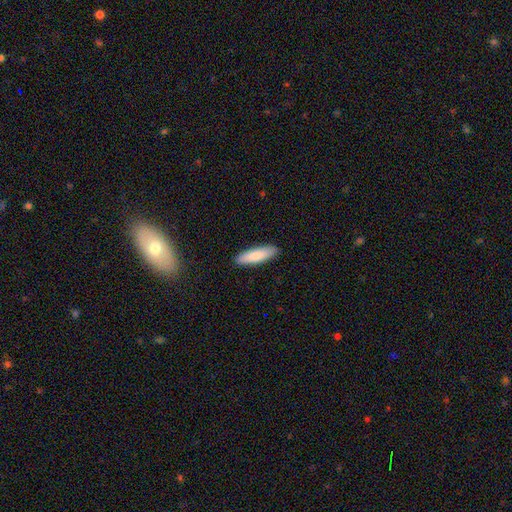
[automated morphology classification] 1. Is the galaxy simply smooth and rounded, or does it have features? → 84% smooth, 11% featured or disk, 5% star or artifact.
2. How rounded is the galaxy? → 62% cigar-shaped, 37% in between, 1% round.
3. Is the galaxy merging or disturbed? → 90% none, 8% minor disturbance, 2% major disturbance, 1% merger.